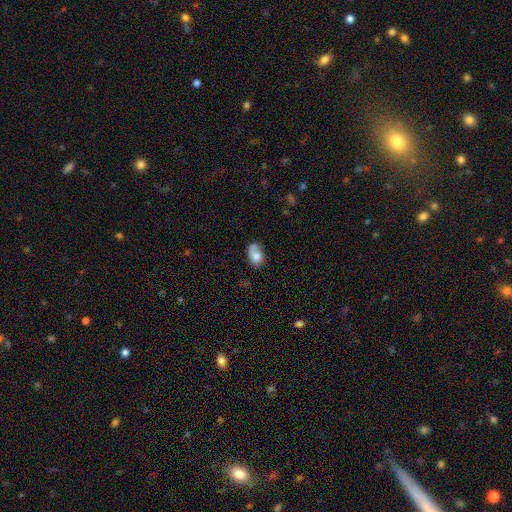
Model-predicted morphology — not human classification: type=smooth (70%); roundness=in between (83%); merging=none (47%).